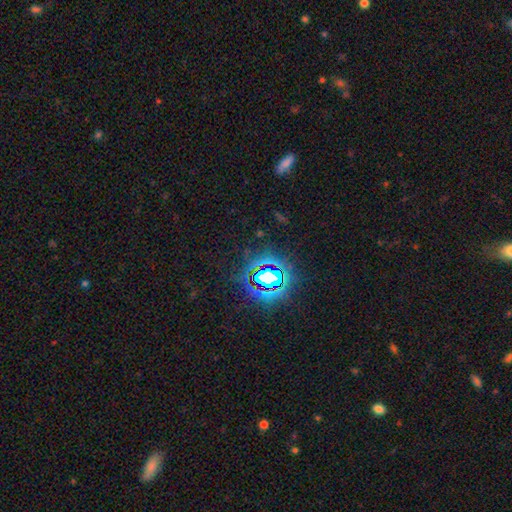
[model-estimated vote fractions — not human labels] This is clearly a star or artifact rather than a galaxy (80%).